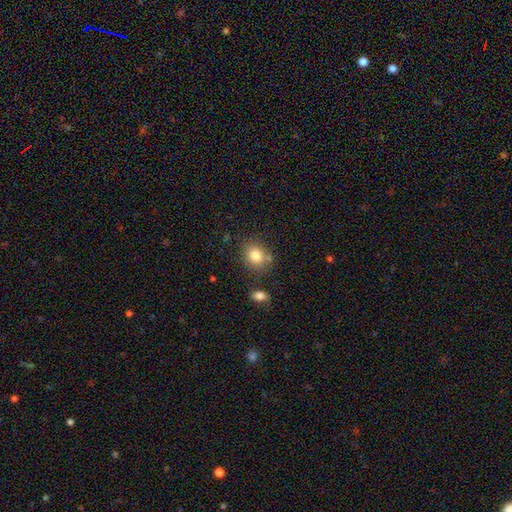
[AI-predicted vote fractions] Smooth or featured? smooth (81%)
How rounded? round (66%)
Merging? none (73%)